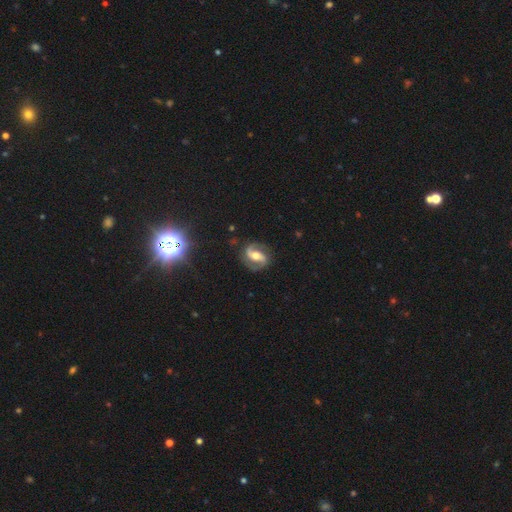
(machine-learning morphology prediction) A featured or disk galaxy (86%) with a strong bar (40%), 2 (93%) medium (52%) spiral arms (95%) and a moderate central bulge (71%). Merging: none (84%).